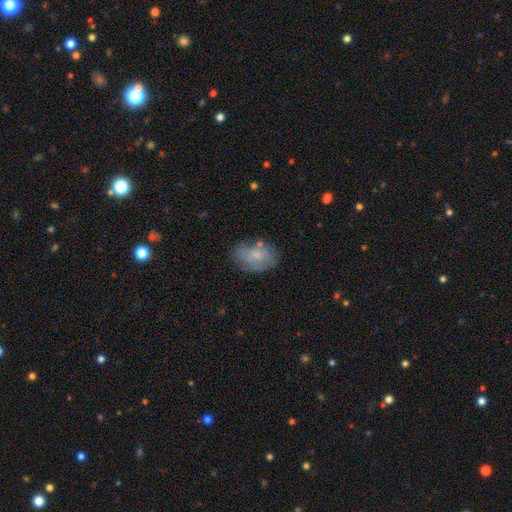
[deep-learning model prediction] Smooth or featured?
  - smooth: 60% *
  - featured or disk: 32%
  - star or artifact: 8%
How rounded?
  - in between: 86% *
  - round: 12%
  - cigar-shaped: 2%
Merging?
  - none: 62% *
  - minor disturbance: 24%
  - major disturbance: 8%
  - merger: 5%